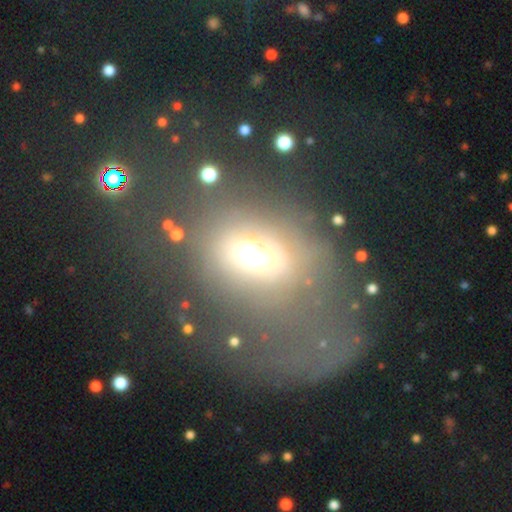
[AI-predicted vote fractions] Overall: smooth (59%; star or artifact 23%). How rounded: in between (53%; round 45%). Merging: none (63%).